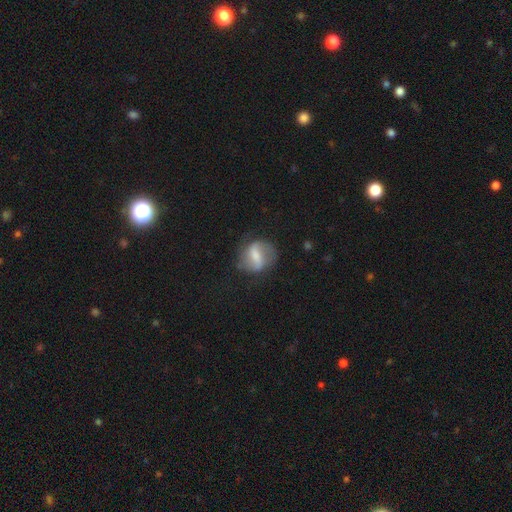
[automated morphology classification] smooth_or_featured: featured or disk (p=0.62) [alt: smooth p=0.31]
disk_edge_on: no (p=0.96) [alt: yes p=0.04]
bar: strong (p=0.45) [alt: weak p=0.41]
has_spiral_arms: yes (p=0.82) [alt: no p=0.18]
bulge_size: moderate (p=0.38) [alt: small p=0.36]
merging: none (p=0.69) [alt: minor disturbance p=0.19]